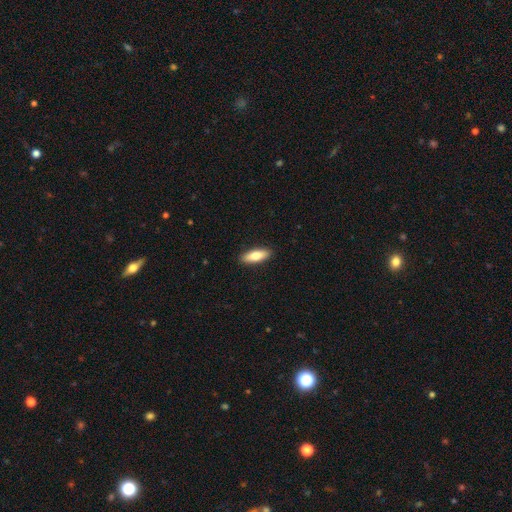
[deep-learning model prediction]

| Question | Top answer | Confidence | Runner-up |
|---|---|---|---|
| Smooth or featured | smooth | 79% | featured or disk (15%) |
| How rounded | in between | 65% | cigar-shaped (33%) |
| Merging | none | 90% | minor disturbance (7%) |